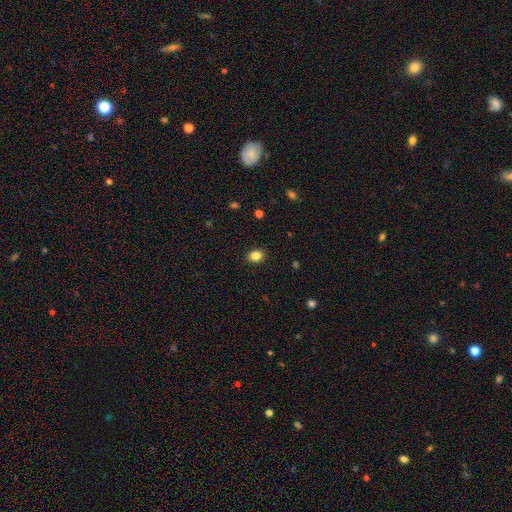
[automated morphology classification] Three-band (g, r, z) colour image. It shows a smooth galaxy with no disk features (85%) that is in between round and cigar-shaped (57%). Merging: none (90%).